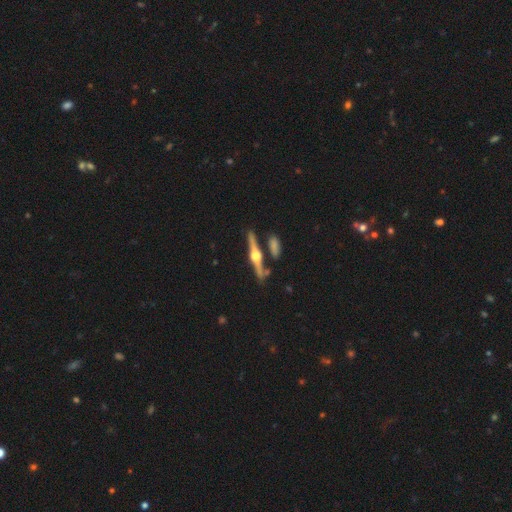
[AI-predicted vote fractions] The model was most divided on "merging": none: 79%, minor disturbance: 10%, merger: 8%, major disturbance: 3%. More confident: edge-on disk — yes (98%); edge-on bulge — rounded (96%); smooth or featured — featured or disk (84%).